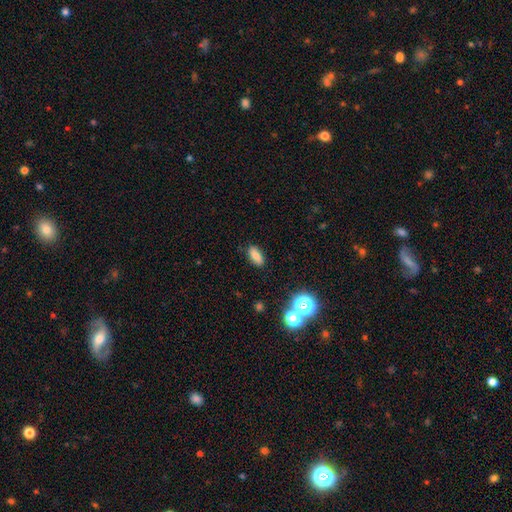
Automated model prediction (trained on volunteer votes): Q: Smooth or featured?
A: smooth (79%); runner-up: star or artifact (12%)
Q: How rounded?
A: in between (81%); runner-up: cigar-shaped (13%)
Q: Merging?
A: none (86%); runner-up: minor disturbance (10%)